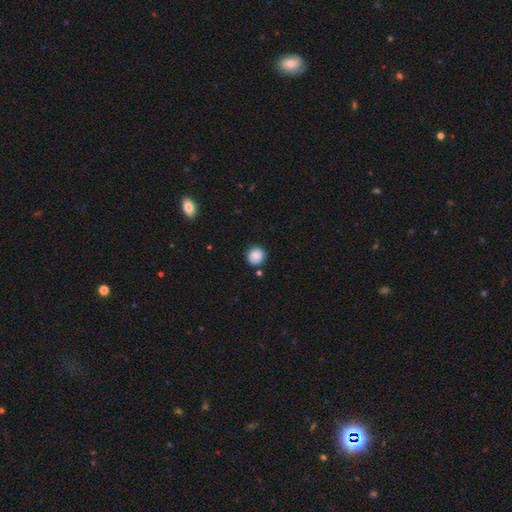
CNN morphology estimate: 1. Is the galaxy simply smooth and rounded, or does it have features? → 87% smooth, 9% star or artifact, 4% featured or disk.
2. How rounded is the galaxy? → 91% round, 8% in between, 1% cigar-shaped.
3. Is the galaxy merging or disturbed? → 85% none, 9% minor disturbance, 3% merger, 2% major disturbance.